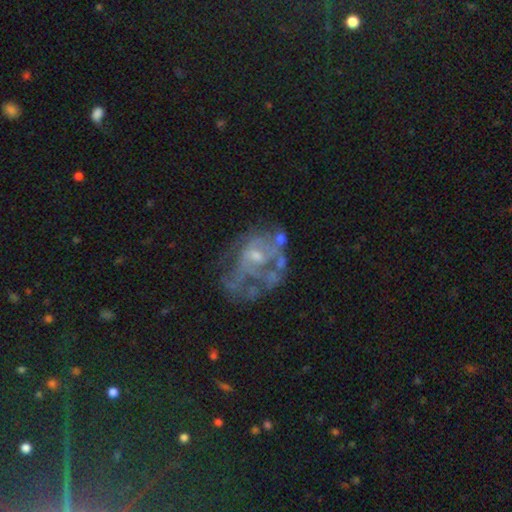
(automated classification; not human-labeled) A featured or disk galaxy (73%) with no bar (74%), no spiral arms (58%) and a small central bulge (50%).

Vote fractions:
- Smooth or featured? featured or disk: 73% / smooth: 16% / star or artifact: 11%
- Edge-on disk? no: 98% / yes: 2%
- Bar? no: 74% / weak: 22% / strong: 4%
- Spiral arms? no: 58% / yes: 42%
- Bulge size? small: 50% / moderate: 31% / none: 16% / large: 2% / dominant: 1%
- Merging? none: 37% / major disturbance: 34% / minor disturbance: 20% / merger: 9%